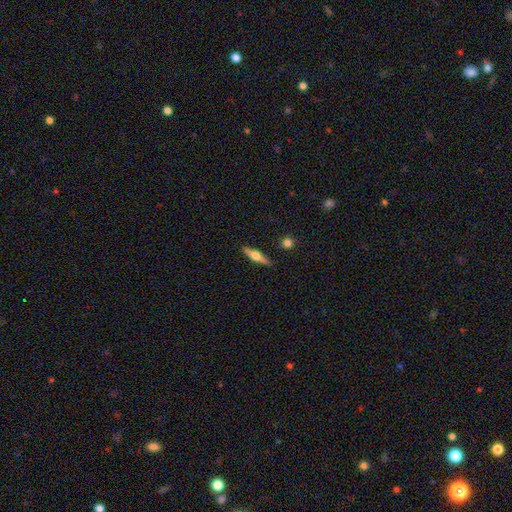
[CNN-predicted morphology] A featured or disk galaxy (57%) viewed edge-on (95%) with a rounded central bulge (93%). Merging: none (88%).